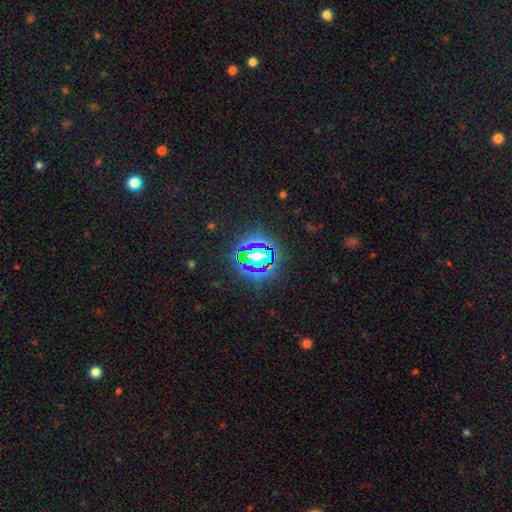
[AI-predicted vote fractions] A star or artifact, not a galaxy (68%).

Vote fractions:
- Smooth or featured? star or artifact: 68% / smooth: 20% / featured or disk: 12%